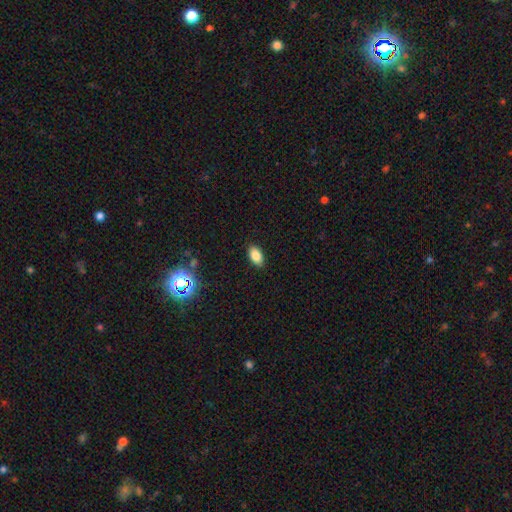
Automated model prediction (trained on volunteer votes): smooth-or-featured: smooth: 84% | star or artifact: 10% | featured or disk: 6%
  how-rounded: in between: 92% | round: 5% | cigar-shaped: 3%
  merging: none: 88% | minor disturbance: 8% | major disturbance: 2% | merger: 1%